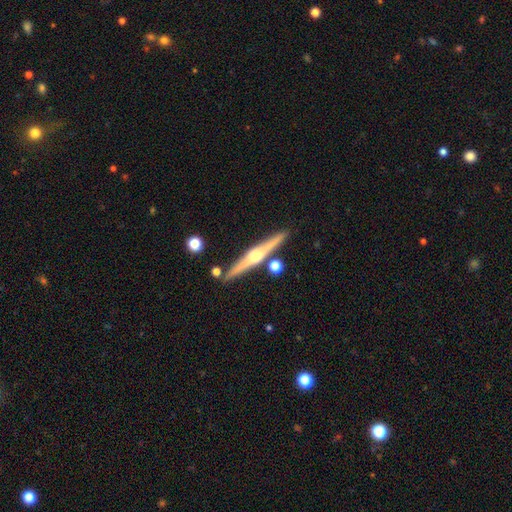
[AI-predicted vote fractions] The model was most divided on "smooth or featured": featured or disk: 80%, smooth: 14%, star or artifact: 6%. More confident: edge-on disk — yes (98%); edge-on bulge — rounded (90%); merging — none (87%).